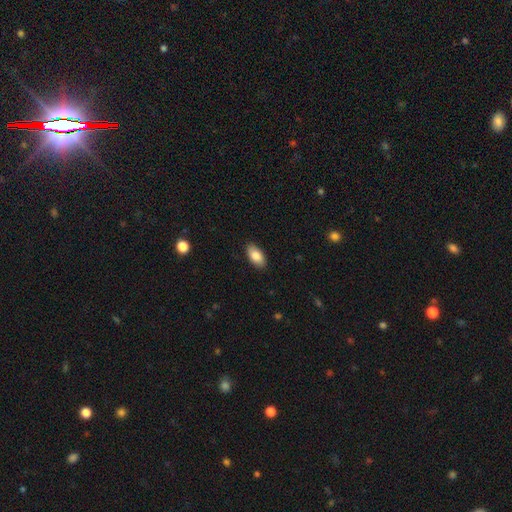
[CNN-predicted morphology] Smooth or featured?
  - smooth: 86% *
  - featured or disk: 8%
  - star or artifact: 6%
How rounded?
  - in between: 93% *
  - cigar-shaped: 4%
  - round: 3%
Merging?
  - none: 87% *
  - minor disturbance: 9%
  - major disturbance: 2%
  - merger: 1%